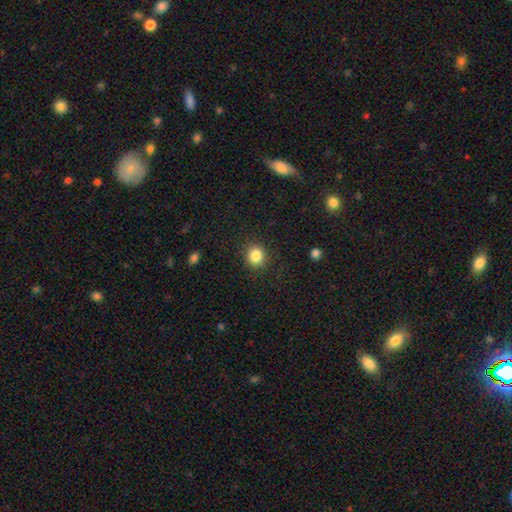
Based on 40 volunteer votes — Smooth or featured?
  - smooth: 82% *
  - featured or disk: 10%
  - star or artifact: 8%
How rounded?
  - round: 79% *
  - in between: 21%
  - cigar-shaped: 0%
Merging?
  - none: 76% *
  - minor disturbance: 16%
  - major disturbance: 8%
  - merger: 0%